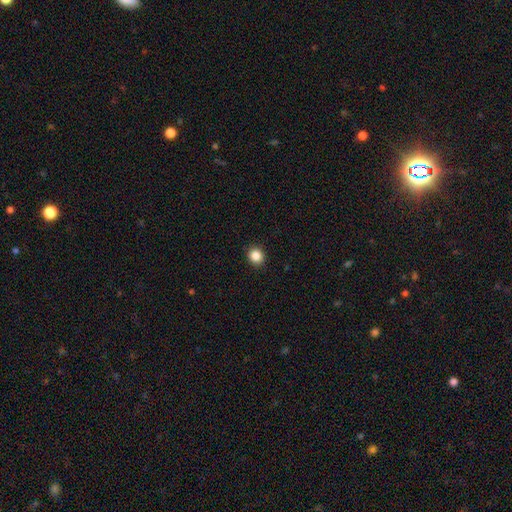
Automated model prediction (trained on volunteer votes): This appears to be a smooth galaxy with no disk features (86%) that is round (85%). Merging: none (92%).